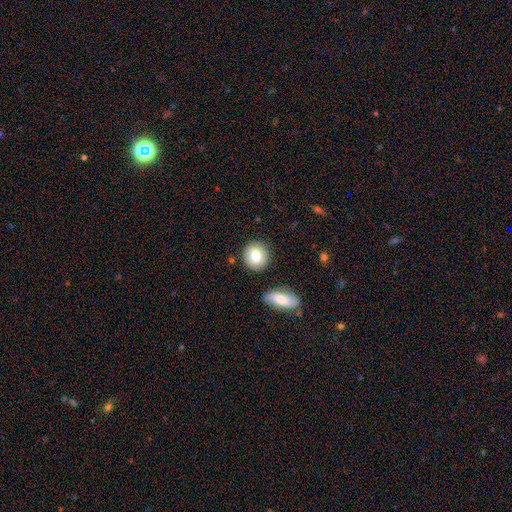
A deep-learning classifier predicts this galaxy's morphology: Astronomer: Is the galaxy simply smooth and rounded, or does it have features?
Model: smooth — 81%.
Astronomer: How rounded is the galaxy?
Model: round — 84%.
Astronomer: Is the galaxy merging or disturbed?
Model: none — 84%.